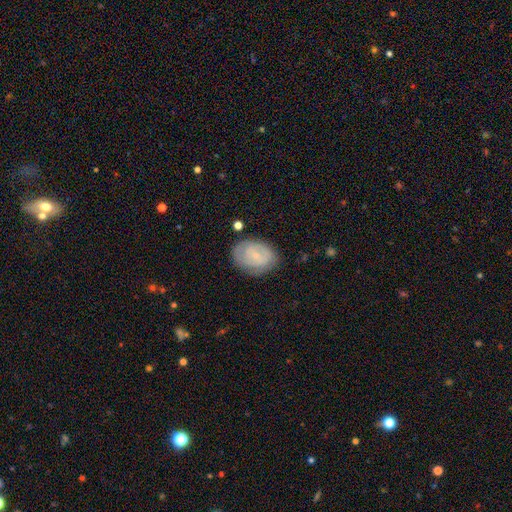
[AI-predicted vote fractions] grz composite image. It shows a featured or disk galaxy (49%). Merging: none (74%).